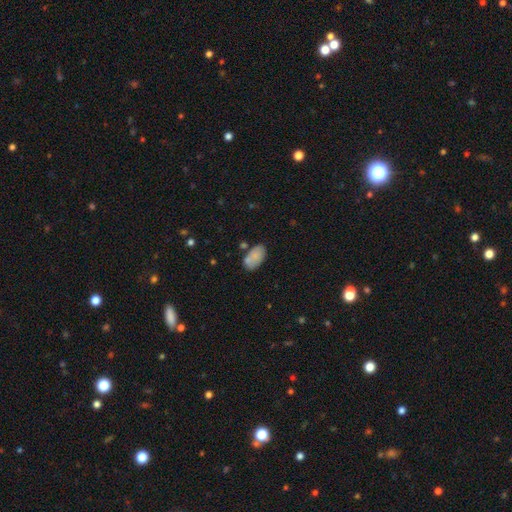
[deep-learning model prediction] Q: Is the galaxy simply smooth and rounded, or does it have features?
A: smooth — 78%.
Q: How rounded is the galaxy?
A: in between — 94%.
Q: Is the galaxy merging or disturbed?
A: none — 63%.